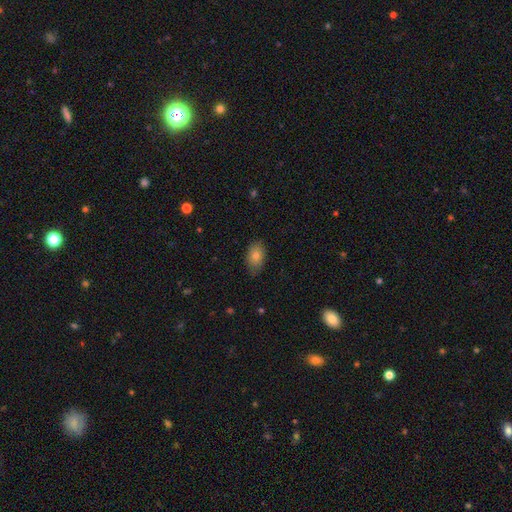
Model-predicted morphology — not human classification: Smooth or featured? smooth (76%)
How rounded? in between (87%)
Merging? none (80%)